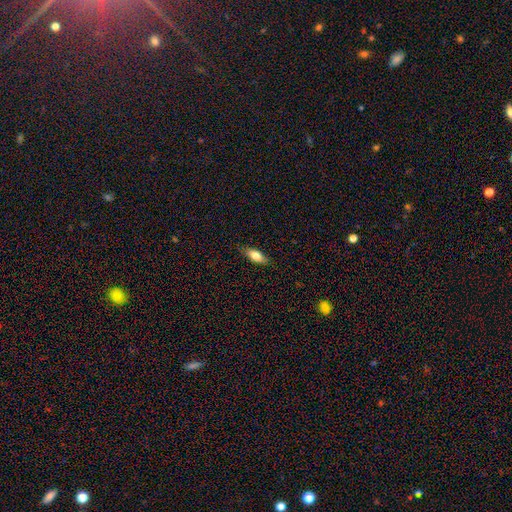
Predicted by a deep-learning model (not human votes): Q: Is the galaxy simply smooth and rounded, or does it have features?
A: smooth — 75%.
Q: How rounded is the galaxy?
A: in between — 75%.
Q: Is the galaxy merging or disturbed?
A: none — 83%.